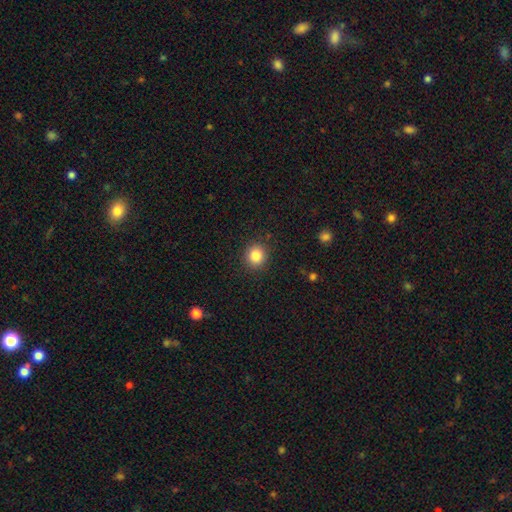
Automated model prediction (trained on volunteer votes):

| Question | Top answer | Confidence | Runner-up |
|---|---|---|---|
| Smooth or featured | smooth | 84% | star or artifact (10%) |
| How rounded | round | 87% | in between (12%) |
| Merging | none | 90% | minor disturbance (6%) |